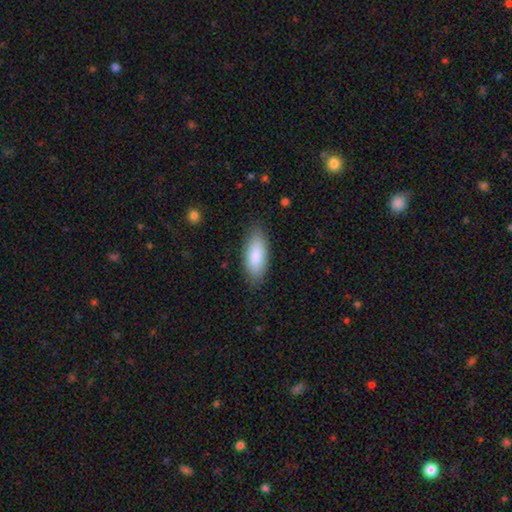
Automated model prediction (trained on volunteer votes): This appears to be a smooth galaxy with no disk features (86%) that is in between round and cigar-shaped (82%). Merging: none (85%).